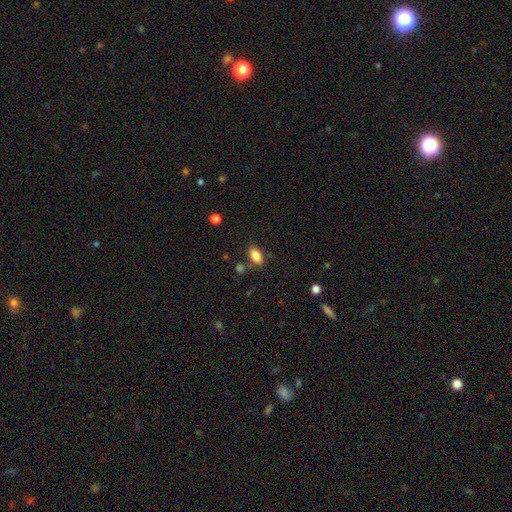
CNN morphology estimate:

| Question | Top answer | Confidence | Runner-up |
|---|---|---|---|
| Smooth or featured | smooth | 84% | star or artifact (8%) |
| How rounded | in between | 90% | round (7%) |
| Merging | none | 78% | minor disturbance (12%) |